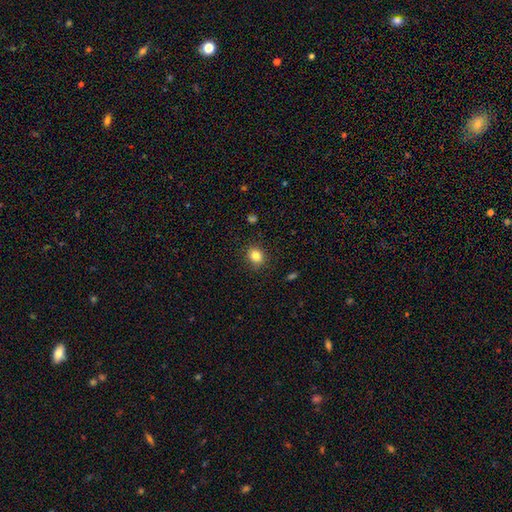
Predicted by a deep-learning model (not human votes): smooth-or-featured: smooth: 83% | star or artifact: 11% | featured or disk: 6%
  how-rounded: round: 66% | in between: 33% | cigar-shaped: 1%
  merging: none: 88% | minor disturbance: 9% | major disturbance: 2% | merger: 1%